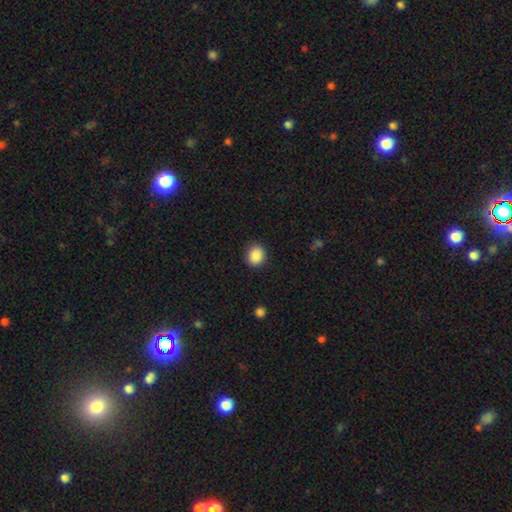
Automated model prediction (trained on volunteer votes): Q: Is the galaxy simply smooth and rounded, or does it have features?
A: smooth — 89%.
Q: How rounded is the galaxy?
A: round — 66%.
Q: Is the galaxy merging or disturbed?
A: none — 89%.